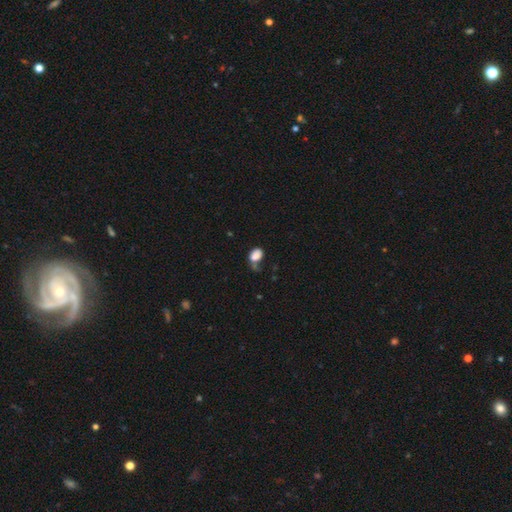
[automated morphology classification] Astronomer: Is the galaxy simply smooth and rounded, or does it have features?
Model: smooth — 77%.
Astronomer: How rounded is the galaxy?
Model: in between — 76%.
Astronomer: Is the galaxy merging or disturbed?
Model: none — 32% (runner-up: major disturbance, 27%).